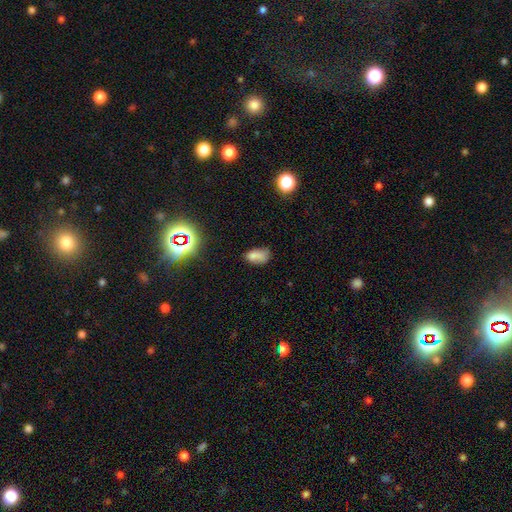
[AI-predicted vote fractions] Overall: smooth (73%). How rounded: in between (90%). Merging: none (49%; minor disturbance 30%).